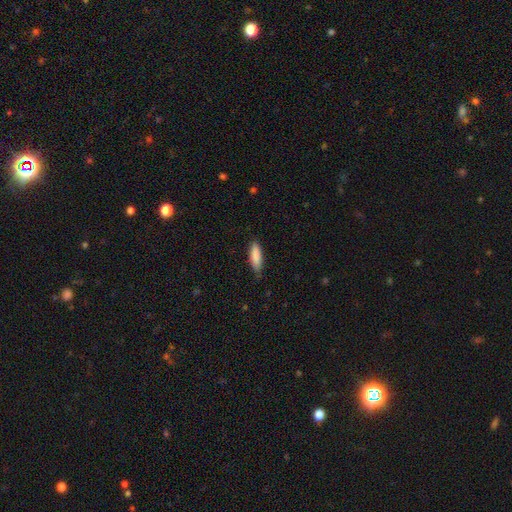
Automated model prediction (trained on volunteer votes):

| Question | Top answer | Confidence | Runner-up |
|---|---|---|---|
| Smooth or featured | smooth | 87% | featured or disk (7%) |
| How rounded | in between | 50% | cigar-shaped (49%) |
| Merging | none | 82% | minor disturbance (14%) |